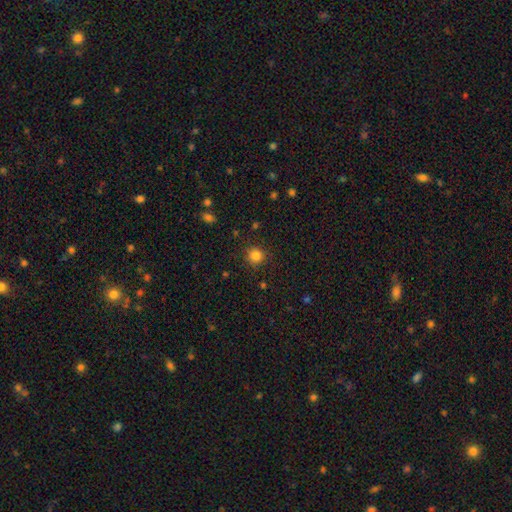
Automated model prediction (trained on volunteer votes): Smooth or featured? smooth (83%)
How rounded? round (93%)
Merging? none (89%)